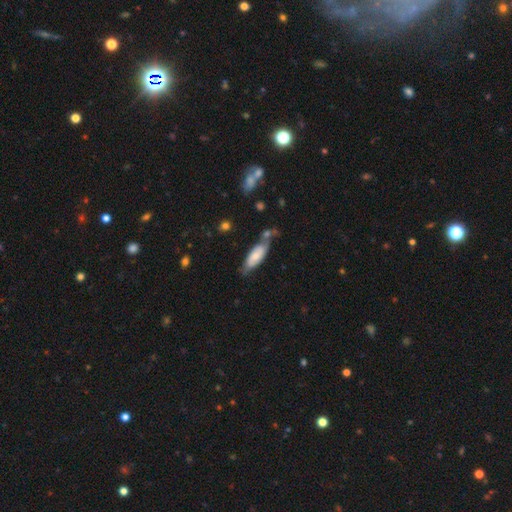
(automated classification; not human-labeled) Smooth or featured: smooth — 57% (featured or disk — 37%)
How rounded: in between — 67% (cigar-shaped — 31%)
Merging: none — 48% (minor disturbance — 26%)